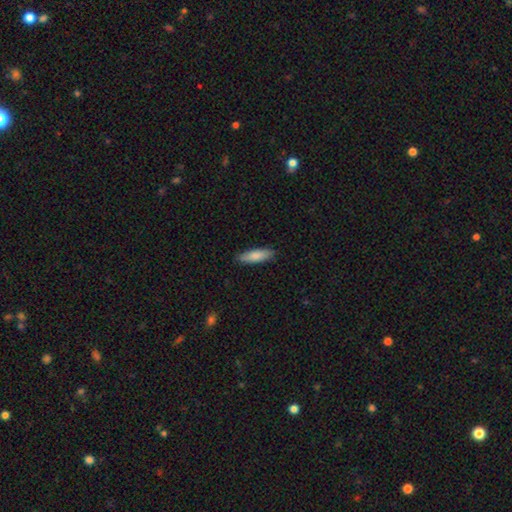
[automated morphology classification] The model was most divided on "how rounded": cigar-shaped: 60%, in between: 39%, round: 2%. More confident: merging — none (88%); smooth or featured — smooth (85%).